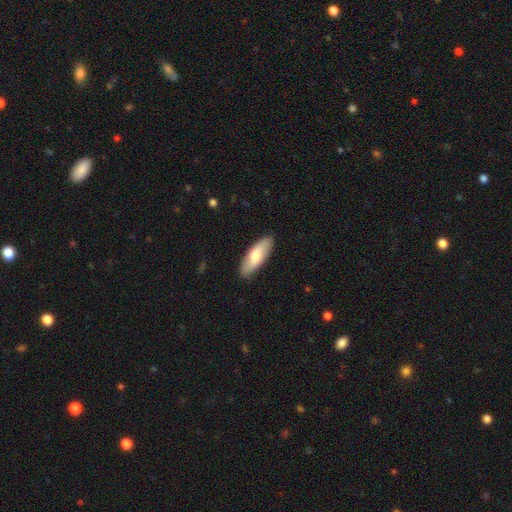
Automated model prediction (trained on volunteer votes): A smooth galaxy with no disk features (69%) that is in between round and cigar-shaped (65%). Merging: none (88%).